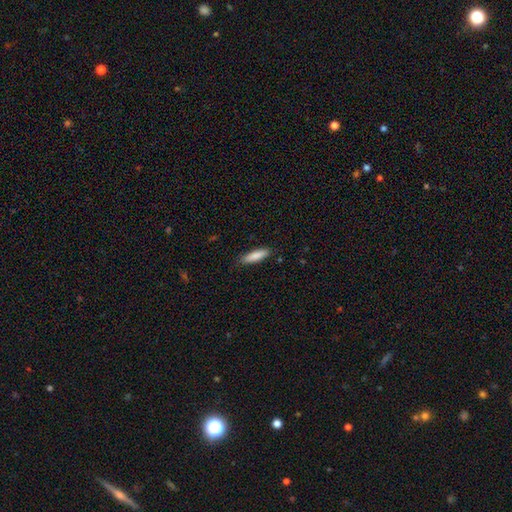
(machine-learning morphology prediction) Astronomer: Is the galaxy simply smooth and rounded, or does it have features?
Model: smooth — 84%.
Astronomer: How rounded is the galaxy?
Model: cigar-shaped — 69%.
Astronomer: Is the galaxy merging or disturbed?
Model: none — 85%.